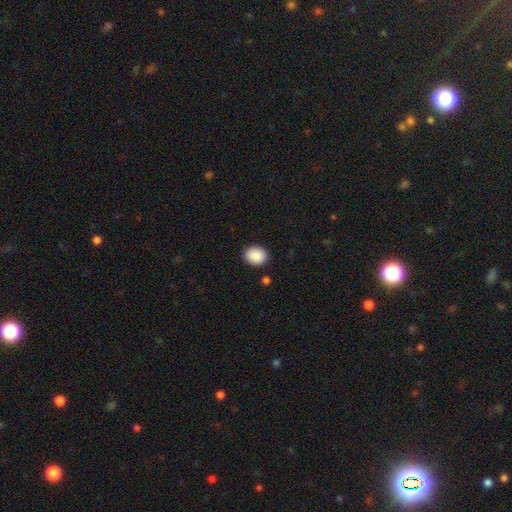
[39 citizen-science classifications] Smooth or featured? 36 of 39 (92%) said smooth. How rounded? 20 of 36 (56%) said in between. Merging? 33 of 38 (87%) said none.